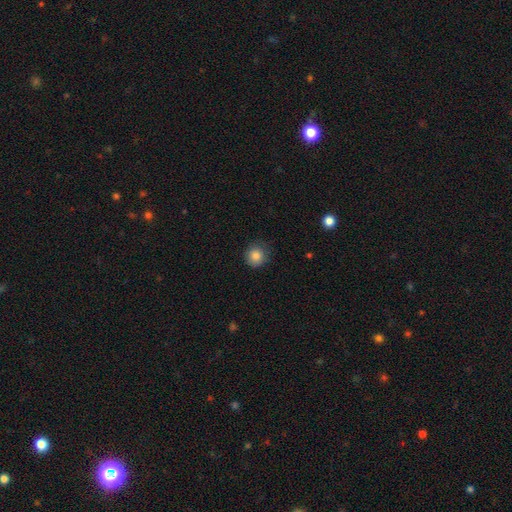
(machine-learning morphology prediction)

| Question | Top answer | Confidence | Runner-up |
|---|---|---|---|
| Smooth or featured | smooth | 85% | star or artifact (10%) |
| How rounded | round | 91% | in between (8%) |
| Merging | none | 83% | minor disturbance (13%) |